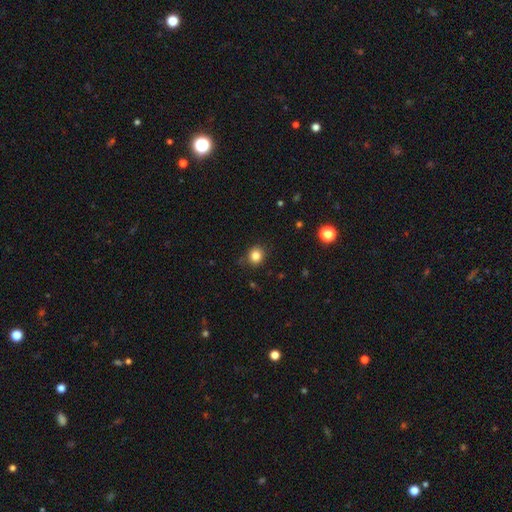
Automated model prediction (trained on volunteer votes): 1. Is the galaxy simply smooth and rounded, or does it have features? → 84% smooth, 12% star or artifact, 5% featured or disk.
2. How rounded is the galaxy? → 81% round, 18% in between, 1% cigar-shaped.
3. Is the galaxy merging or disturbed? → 82% none, 13% minor disturbance, 3% major disturbance, 2% merger.